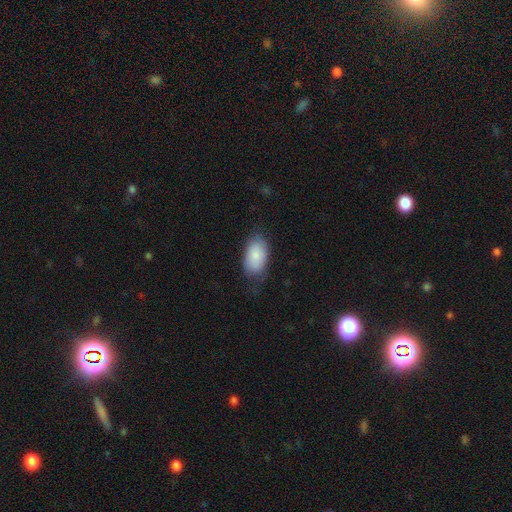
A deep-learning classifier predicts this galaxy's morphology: The model was most divided on "merging": none: 68%, minor disturbance: 24%, major disturbance: 7%, merger: 1%. More confident: how rounded — in between (94%); smooth or featured — smooth (83%).